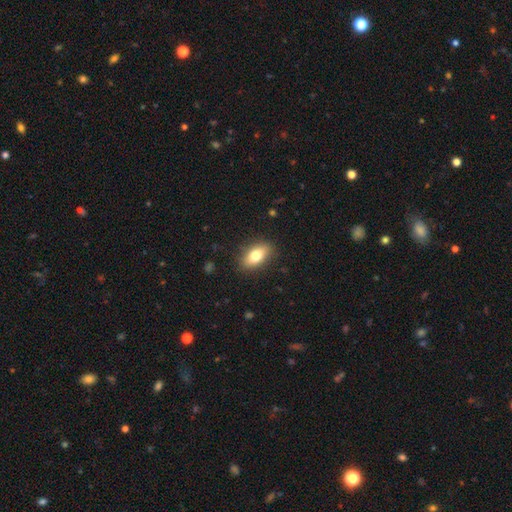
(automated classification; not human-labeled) Overall: smooth (77%). How rounded: in between (87%). Merging: none (86%).